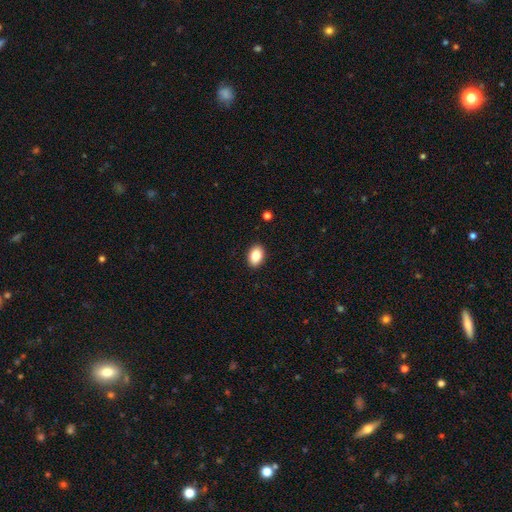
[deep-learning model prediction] Smooth or featured?
  - smooth: 86% *
  - star or artifact: 8%
  - featured or disk: 6%
How rounded?
  - in between: 82% *
  - round: 17%
  - cigar-shaped: 1%
Merging?
  - none: 90% *
  - minor disturbance: 7%
  - major disturbance: 2%
  - merger: 1%